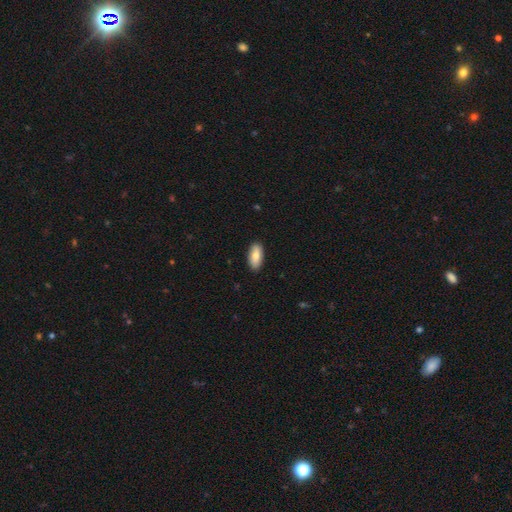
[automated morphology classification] A smooth galaxy with no disk features (79%) that is in between round and cigar-shaped (88%).

Vote fractions:
- Smooth or featured? smooth: 79% / featured or disk: 15% / star or artifact: 6%
- How rounded? in between: 88% / cigar-shaped: 10% / round: 2%
- Merging? none: 89% / minor disturbance: 8% / major disturbance: 2% / merger: 1%